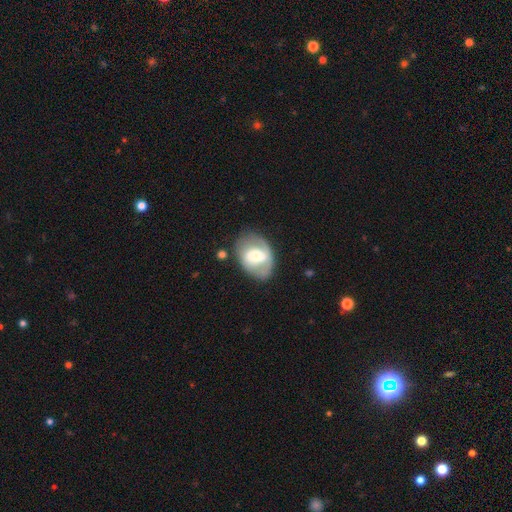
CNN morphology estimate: Smooth or featured?
  - featured or disk: 50% *
  - smooth: 44%
  - star or artifact: 7%
Merging?
  - none: 63% *
  - minor disturbance: 22%
  - major disturbance: 10%
  - merger: 4%